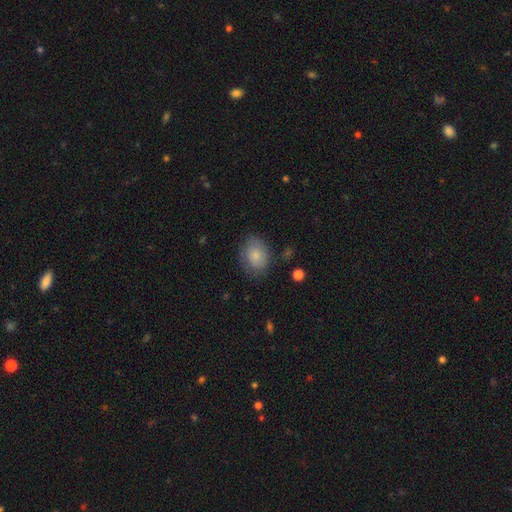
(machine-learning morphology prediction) type=smooth (79%); roundness=in between (61%); merging=none (73%).